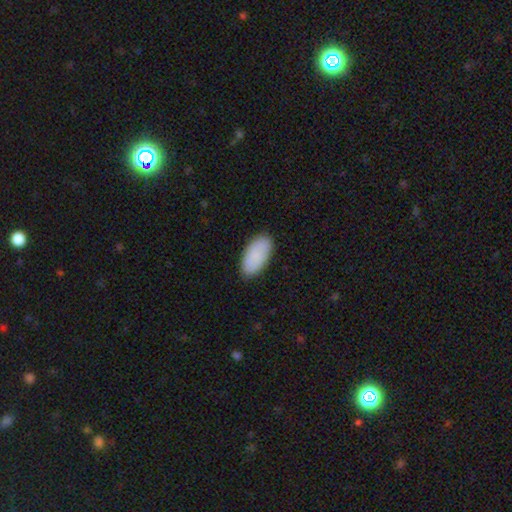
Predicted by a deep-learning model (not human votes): This appears to be a smooth galaxy with no disk features (86%) that is in between round and cigar-shaped (94%). Merging: none (86%).